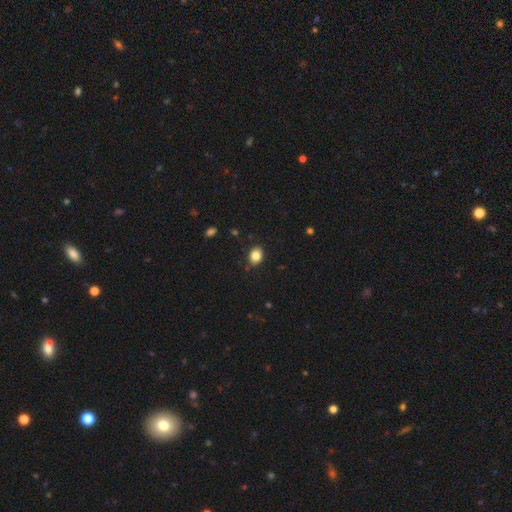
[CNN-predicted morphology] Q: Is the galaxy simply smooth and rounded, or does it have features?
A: smooth — 84%.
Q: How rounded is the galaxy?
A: in between — 61%.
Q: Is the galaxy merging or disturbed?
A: none — 85%.